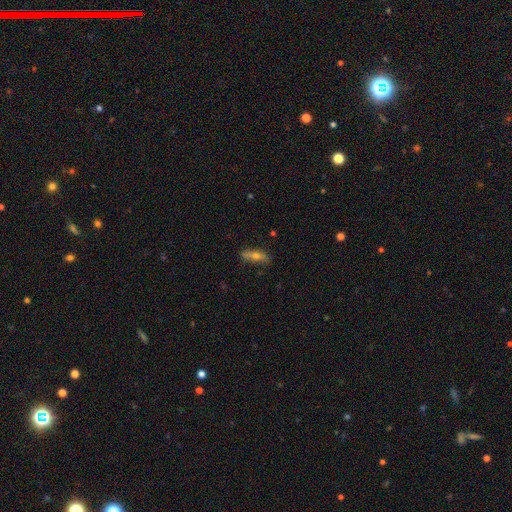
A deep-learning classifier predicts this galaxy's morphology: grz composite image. It shows a smooth galaxy with no disk features (51%) that is cigar-shaped (59%). Merging: none (78%).